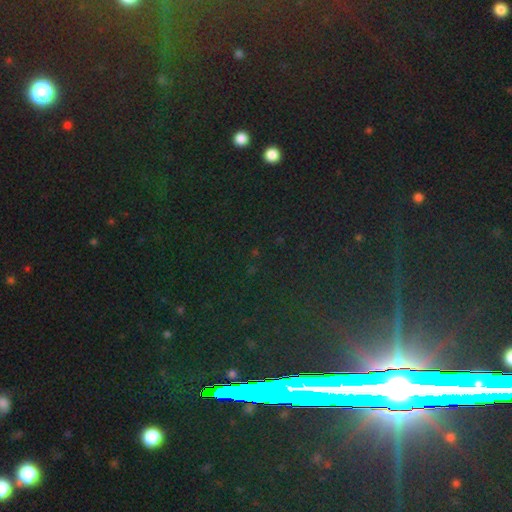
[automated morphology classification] A star or artifact, not a galaxy (84%).

Vote fractions:
- Smooth or featured? star or artifact: 84% / featured or disk: 8% / smooth: 8%